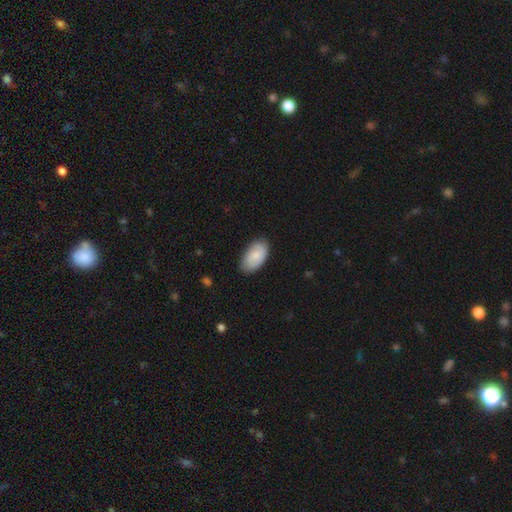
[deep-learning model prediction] Smooth or featured? Predicted: smooth (p=0.79). How rounded? Predicted: in between (p=0.95). Merging? Predicted: none (p=0.80).